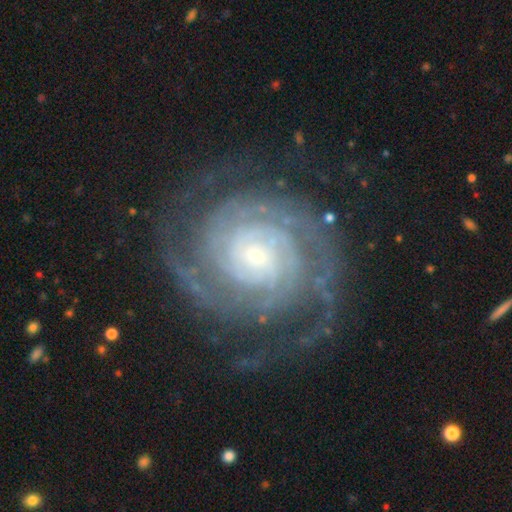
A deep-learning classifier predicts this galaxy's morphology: Smooth or featured? Predicted: featured or disk (p=0.92). Edge-on disk? Predicted: no (p=0.98). Bar? Predicted: no (p=0.65). Spiral arms? Predicted: yes (p=0.98). Spiral winding? Predicted: tight (p=0.80). Spiral arm count? Predicted: 2 (p=0.40). Bulge size? Predicted: small (p=0.81). Merging? Predicted: none (p=0.77).